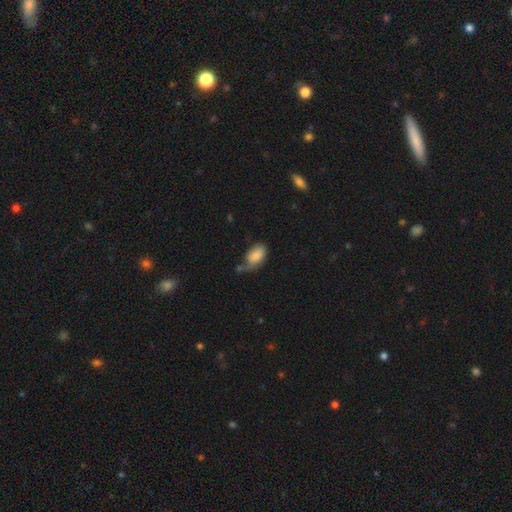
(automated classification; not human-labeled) Smooth or featured? Predicted: smooth (p=0.82). How rounded? Predicted: in between (p=0.91). Merging? Predicted: none (p=0.41).